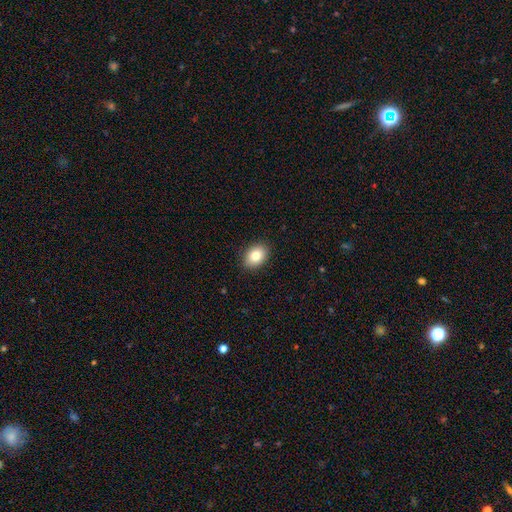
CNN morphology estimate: type=smooth (83%); roundness=in between (75%); merging=none (89%).